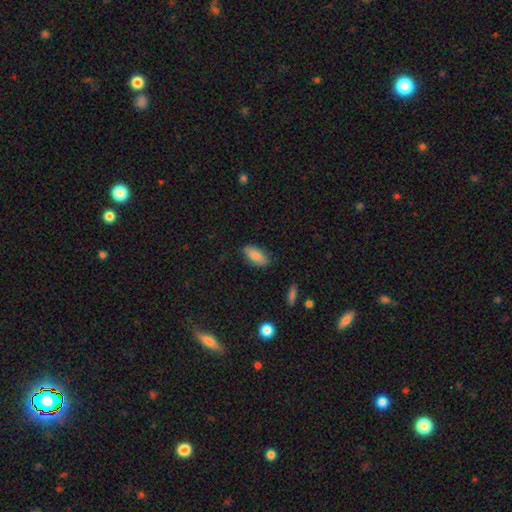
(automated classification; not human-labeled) A smooth galaxy with no disk features (84%) that is in between round and cigar-shaped (90%).

Vote fractions:
- Smooth or featured? smooth: 84% / featured or disk: 9% / star or artifact: 7%
- How rounded? in between: 90% / cigar-shaped: 8% / round: 2%
- Merging? none: 84% / minor disturbance: 13% / major disturbance: 2% / merger: 1%